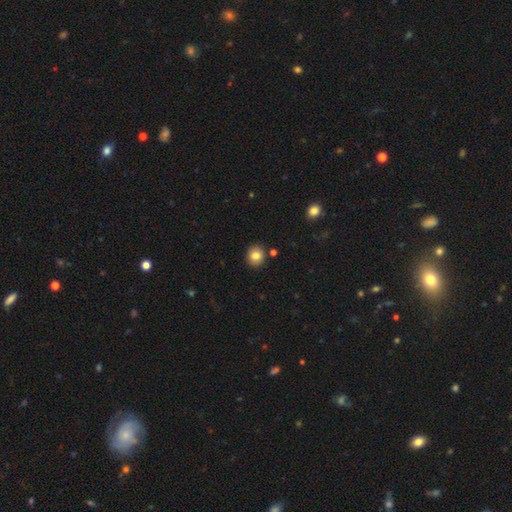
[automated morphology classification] smooth_or_featured: smooth (p=0.83) [alt: star or artifact p=0.10]
how_rounded: round (p=0.84) [alt: in between p=0.15]
merging: none (p=0.88) [alt: minor disturbance p=0.07]